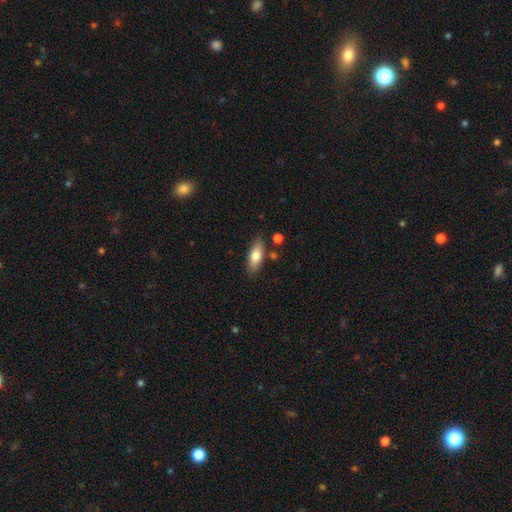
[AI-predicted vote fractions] Q: Smooth or featured?
A: smooth (76%); runner-up: featured or disk (18%)
Q: How rounded?
A: in between (71%); runner-up: cigar-shaped (26%)
Q: Merging?
A: none (80%); runner-up: minor disturbance (12%)